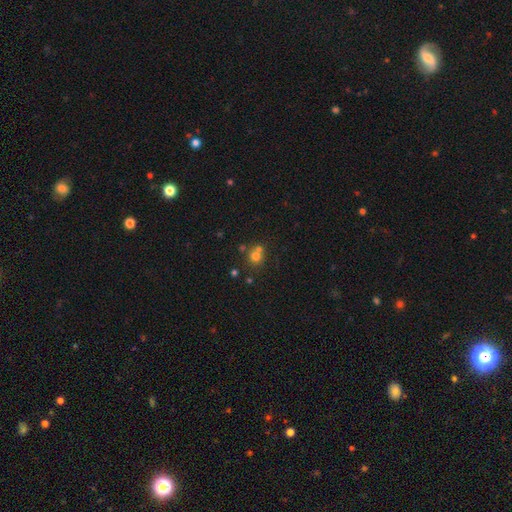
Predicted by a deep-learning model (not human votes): The model was most divided on "merging": none: 54%, merger: 35%, minor disturbance: 8%, major disturbance: 3%. More confident: how rounded — round (87%); smooth or featured — smooth (69%).